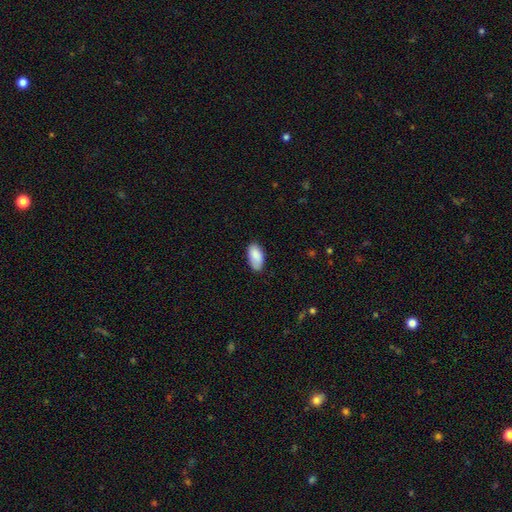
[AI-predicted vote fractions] smooth-or-featured: smooth: 87% | star or artifact: 6% | featured or disk: 6%
  how-rounded: in between: 94% | cigar-shaped: 3% | round: 2%
  merging: none: 75% | minor disturbance: 20% | major disturbance: 3% | merger: 1%